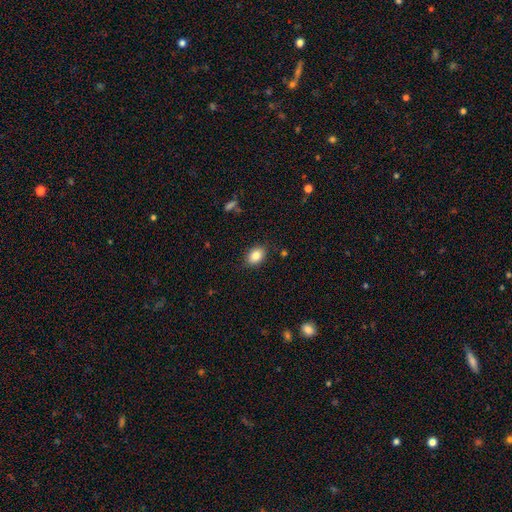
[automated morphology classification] Q: Smooth or featured?
A: smooth (85%); runner-up: star or artifact (8%)
Q: How rounded?
A: in between (76%); runner-up: round (23%)
Q: Merging?
A: none (86%); runner-up: minor disturbance (10%)